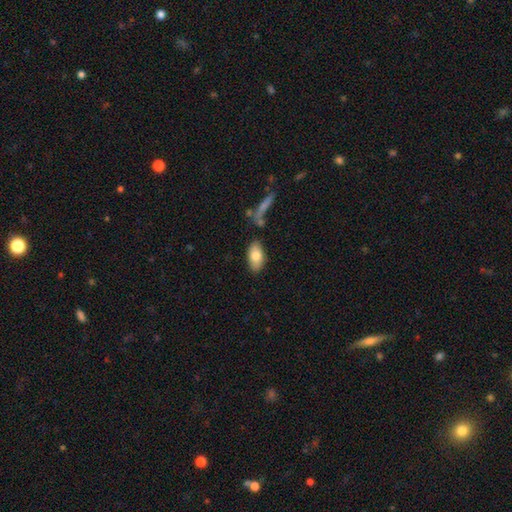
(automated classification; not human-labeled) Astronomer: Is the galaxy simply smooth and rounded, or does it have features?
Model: smooth — 79%.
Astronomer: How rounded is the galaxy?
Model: in between — 92%.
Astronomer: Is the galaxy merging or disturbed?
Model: none — 81%.